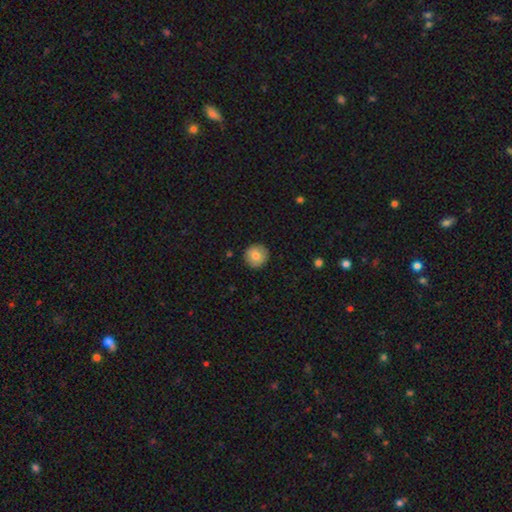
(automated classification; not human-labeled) Overall: smooth (80%). How rounded: round (95%). Merging: none (90%).